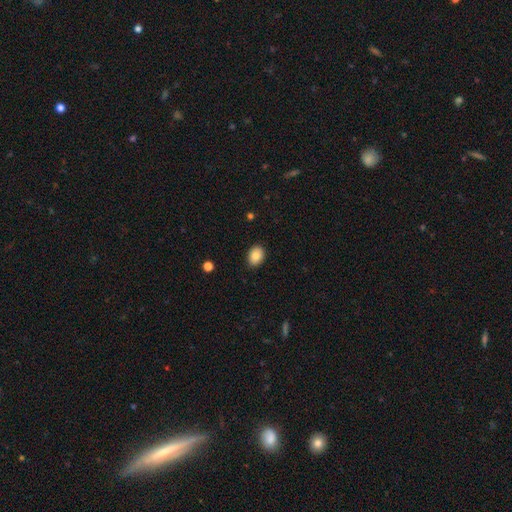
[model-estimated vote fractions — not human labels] Smooth or featured?
  - smooth: 85% *
  - star or artifact: 8%
  - featured or disk: 7%
How rounded?
  - in between: 74% *
  - round: 25%
  - cigar-shaped: 1%
Merging?
  - none: 88% *
  - minor disturbance: 9%
  - major disturbance: 2%
  - merger: 1%